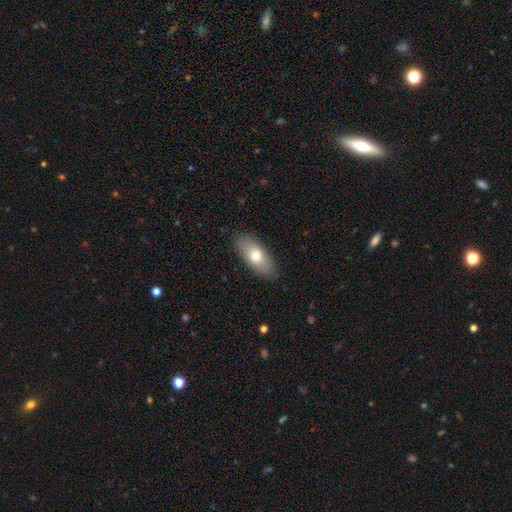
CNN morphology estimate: smooth 73%, featured or disk 20%, star or artifact 6%. Down the decision tree: how rounded — in between (83%); merging — none (87%).